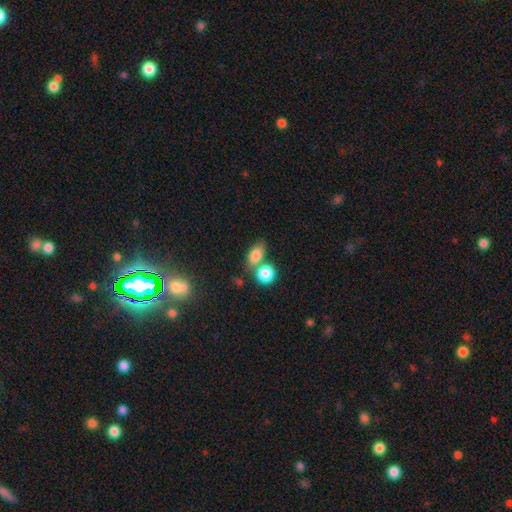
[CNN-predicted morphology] Smooth or featured: smooth — 80% (star or artifact — 10%)
How rounded: in between — 75% (round — 22%)
Merging: none — 49% (merger — 35%)